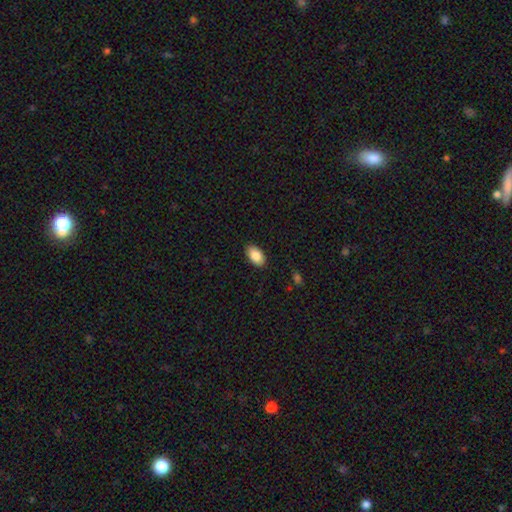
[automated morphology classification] Q: Smooth or featured?
A: smooth (86%); runner-up: featured or disk (7%)
Q: How rounded?
A: in between (93%); runner-up: round (5%)
Q: Merging?
A: none (88%); runner-up: minor disturbance (9%)